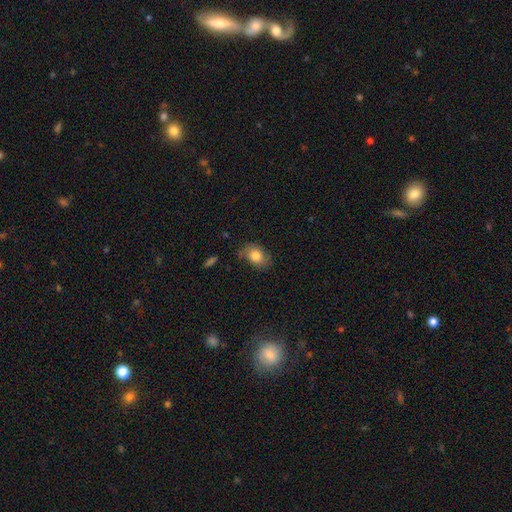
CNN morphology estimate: smooth-or-featured: smooth: 79% | featured or disk: 13% | star or artifact: 9%
  how-rounded: in between: 78% | round: 20% | cigar-shaped: 1%
  merging: none: 71% | minor disturbance: 22% | major disturbance: 5% | merger: 2%